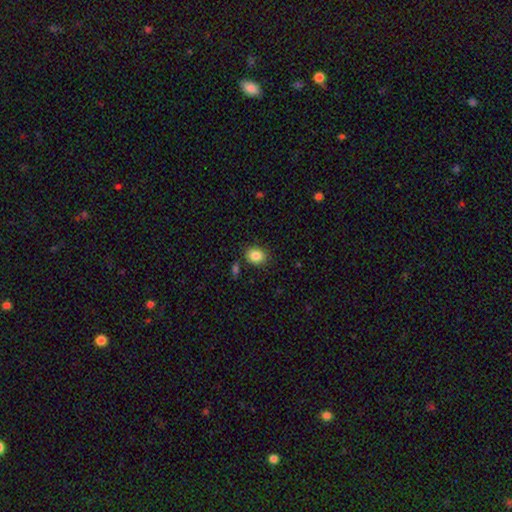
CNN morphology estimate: type=smooth (85%); roundness=round (53%); merging=none (84%).